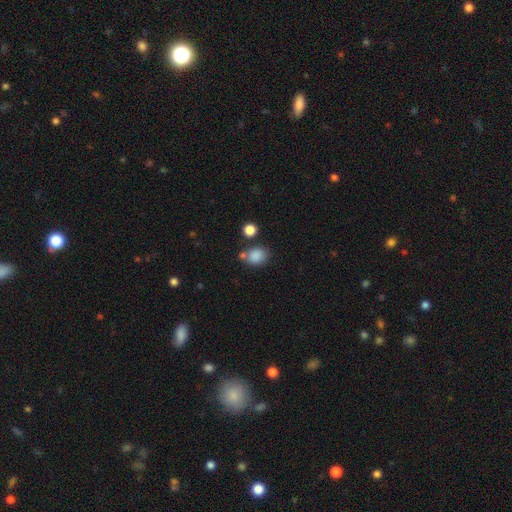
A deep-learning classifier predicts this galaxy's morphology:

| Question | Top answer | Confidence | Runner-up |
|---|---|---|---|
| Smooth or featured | smooth | 84% | star or artifact (11%) |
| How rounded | round | 57% | in between (42%) |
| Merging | none | 63% | merger (17%) |